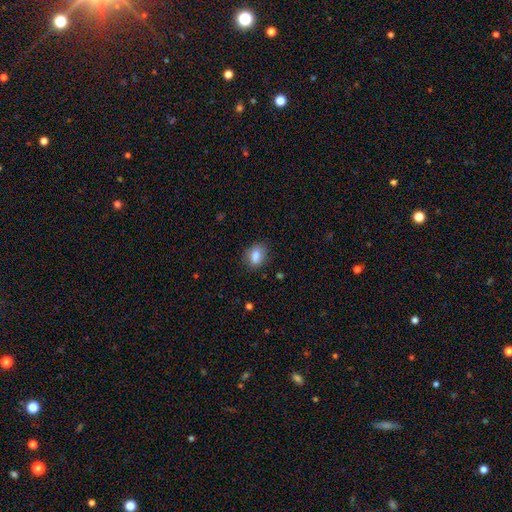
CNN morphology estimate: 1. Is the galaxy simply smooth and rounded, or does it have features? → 84% smooth, 9% star or artifact, 8% featured or disk.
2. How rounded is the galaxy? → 75% in between, 23% round, 2% cigar-shaped.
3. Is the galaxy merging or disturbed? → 79% none, 16% minor disturbance, 4% major disturbance, 2% merger.